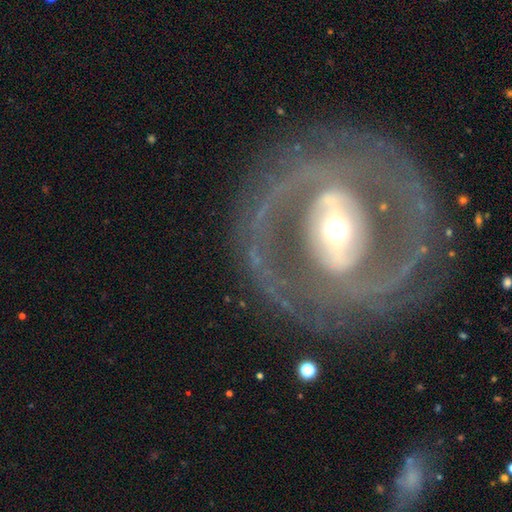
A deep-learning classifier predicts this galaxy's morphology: Smooth or featured? featured or disk (84%)
Edge-on disk? no (93%)
Bar? strong (61%)
Spiral arms? yes (78%)
Spiral winding? medium (42%)
Spiral arm count? 2 (75%)
Bulge size? moderate (56%)
Merging? none (74%)